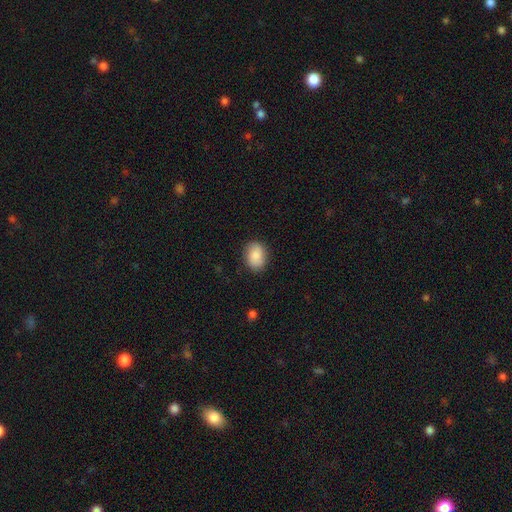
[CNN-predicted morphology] Q: Smooth or featured?
A: smooth (86%); runner-up: featured or disk (7%)
Q: How rounded?
A: in between (70%); runner-up: round (29%)
Q: Merging?
A: none (84%); runner-up: minor disturbance (12%)